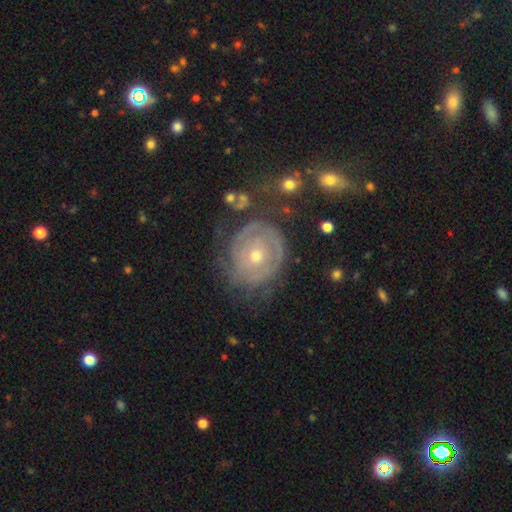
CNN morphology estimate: smooth_or_featured: featured or disk (p=0.77) [alt: smooth p=0.17]
disk_edge_on: no (p=0.97) [alt: yes p=0.03]
bar: no (p=0.82) [alt: weak p=0.15]
has_spiral_arms: yes (p=0.82) [alt: no p=0.18]
spiral_winding: tight (p=0.78) [alt: medium p=0.16]
spiral_arm_count: can't tell (p=0.50) [alt: 2 p=0.18]
bulge_size: small (p=0.50) [alt: moderate p=0.46]
merging: none (p=0.61) [alt: minor disturbance p=0.21]